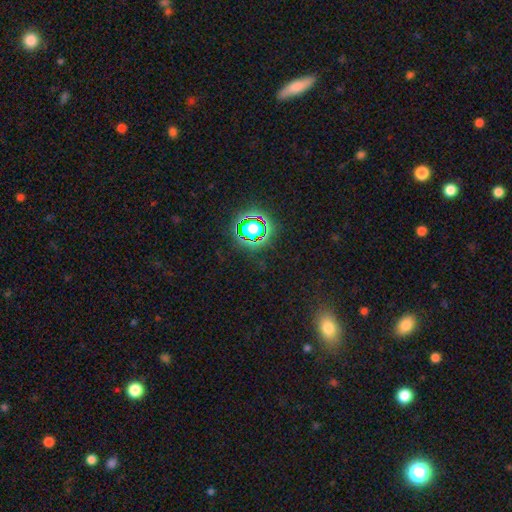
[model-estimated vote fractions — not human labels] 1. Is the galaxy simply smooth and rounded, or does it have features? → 71% star or artifact, 20% smooth, 9% featured or disk.